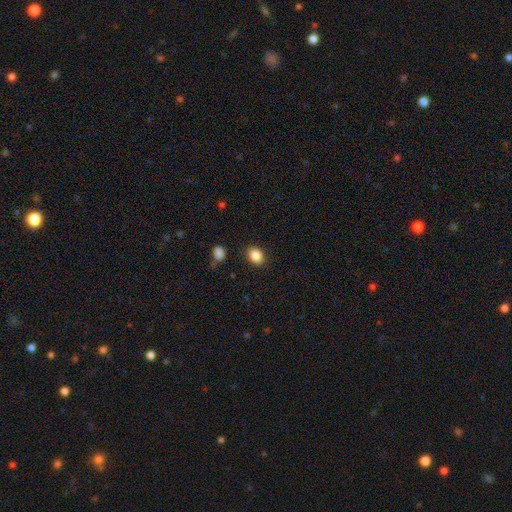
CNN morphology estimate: smooth 87%, star or artifact 9%, featured or disk 4%. Down the decision tree: how rounded — in between (64%); merging — none (84%).